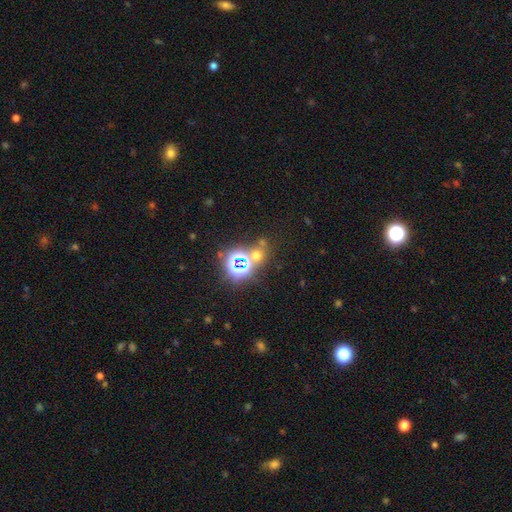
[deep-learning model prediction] Morphology: type=star or artifact (49%).